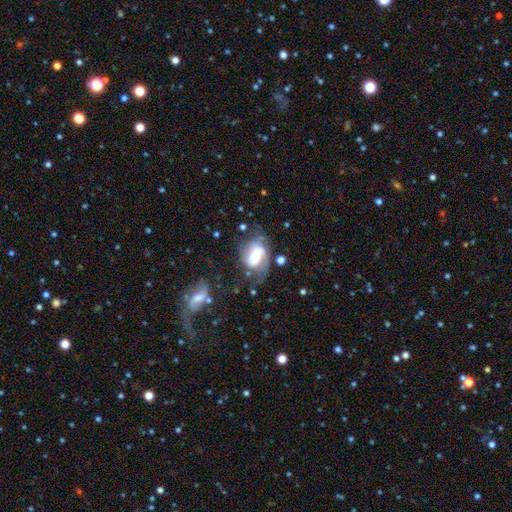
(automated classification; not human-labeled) Q: Smooth or featured?
A: featured or disk (59%); runner-up: smooth (32%)
Q: Edge-on disk?
A: no (96%); runner-up: yes (4%)
Q: Bar?
A: no (45%); runner-up: weak (37%)
Q: Spiral arms?
A: yes (70%); runner-up: no (30%)
Q: Bulge size?
A: moderate (29%); runner-up: small (26%)
Q: Merging?
A: none (34%); runner-up: major disturbance (30%)